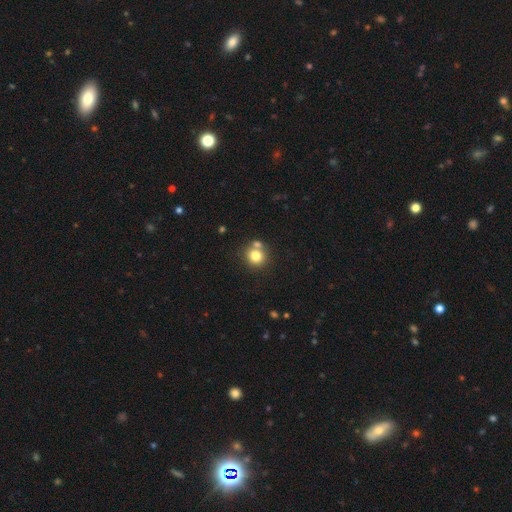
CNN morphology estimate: A smooth galaxy with no disk features (78%) that is round (87%).

Vote fractions:
- Smooth or featured? smooth: 78% / star or artifact: 12% / featured or disk: 10%
- How rounded? round: 87% / in between: 12% / cigar-shaped: 1%
- Merging? none: 63% / merger: 24% / minor disturbance: 10% / major disturbance: 3%